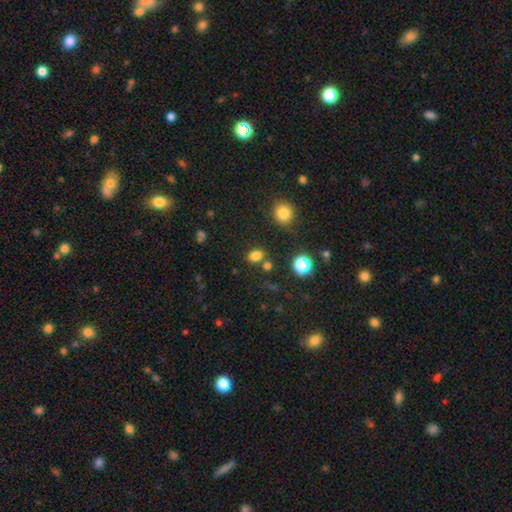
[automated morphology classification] A smooth galaxy with no disk features (80%) that is in between round and cigar-shaped (66%).

Vote fractions:
- Smooth or featured? smooth: 80% / star or artifact: 15% / featured or disk: 5%
- How rounded? in between: 66% / round: 32% / cigar-shaped: 1%
- Merging? none: 74% / merger: 11% / minor disturbance: 11% / major disturbance: 4%